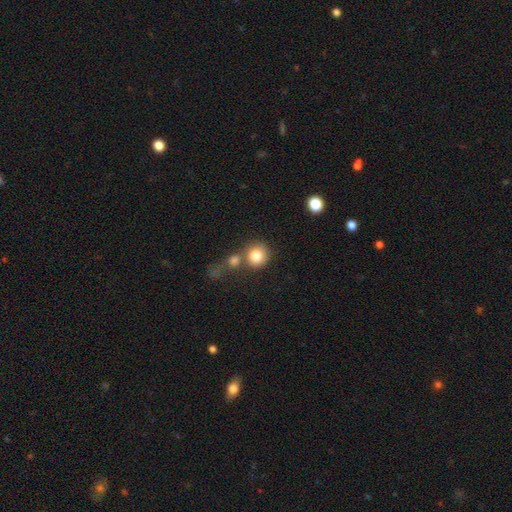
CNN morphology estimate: smooth 81%, featured or disk 9%, star or artifact 9%. Down the decision tree: how rounded — round (88%); merging — none (52%).